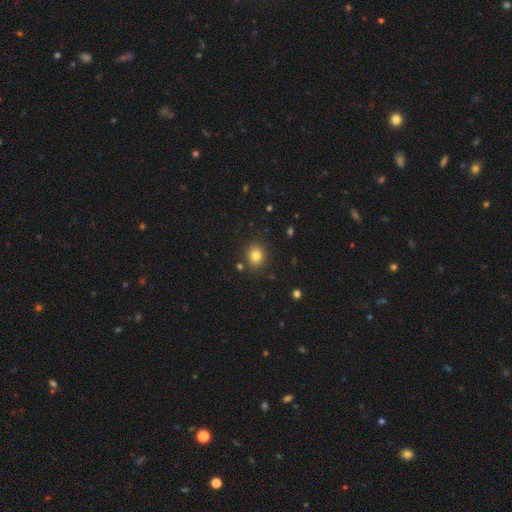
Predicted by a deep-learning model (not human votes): Smooth or featured? Predicted: smooth (p=0.82). How rounded? Predicted: round (p=0.69). Merging? Predicted: none (p=0.86).